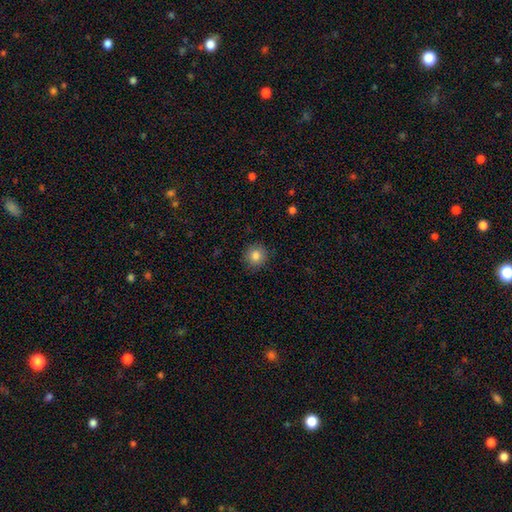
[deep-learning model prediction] Smooth or featured? Predicted: smooth (p=0.83). How rounded? Predicted: round (p=0.94). Merging? Predicted: none (p=0.90).